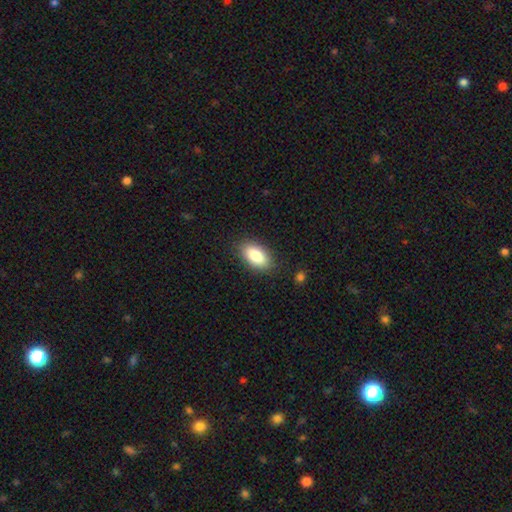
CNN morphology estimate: Overall: smooth (84%). How rounded: in between (92%). Merging: none (86%).